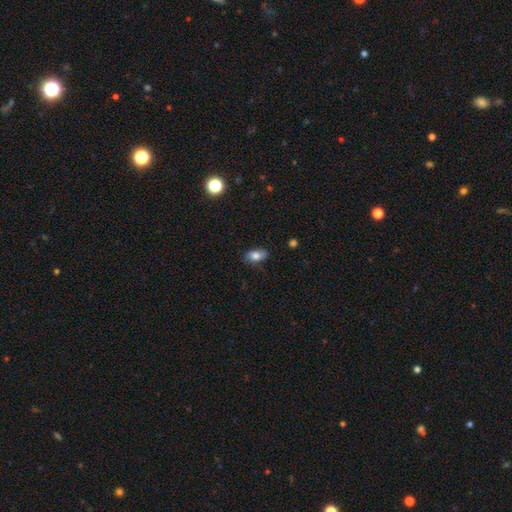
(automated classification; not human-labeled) smooth_or_featured: smooth (p=0.80) [alt: featured or disk p=0.11]
how_rounded: in between (p=0.90) [alt: round p=0.06]
merging: none (p=0.77) [alt: minor disturbance p=0.18]